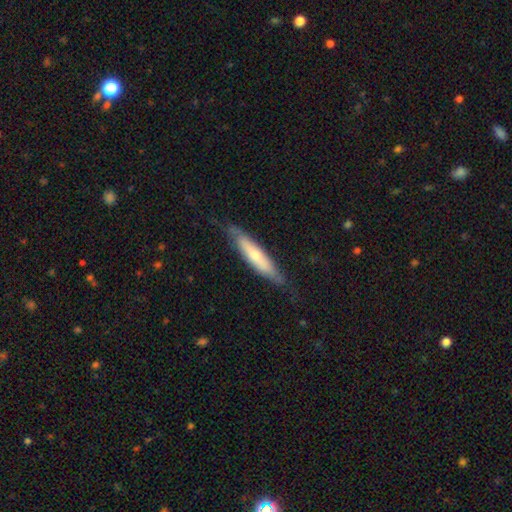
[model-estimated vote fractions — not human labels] Q: Smooth or featured?
A: smooth (53%); runner-up: featured or disk (42%)
Q: How rounded?
A: cigar-shaped (84%); runner-up: in between (14%)
Q: Merging?
A: none (74%); runner-up: minor disturbance (20%)